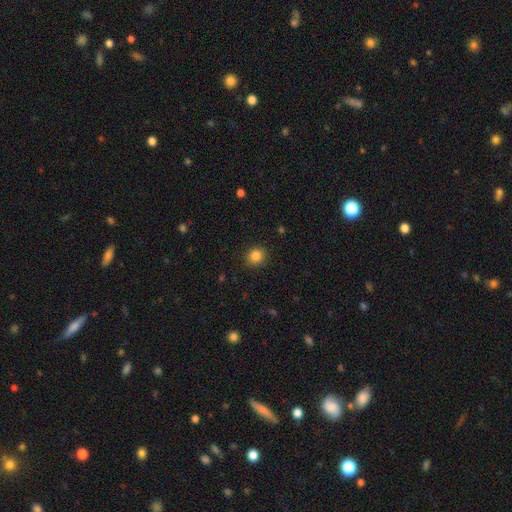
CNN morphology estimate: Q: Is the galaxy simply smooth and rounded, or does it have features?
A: smooth — 84%.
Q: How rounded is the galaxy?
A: round — 84%.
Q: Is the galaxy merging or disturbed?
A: none — 90%.